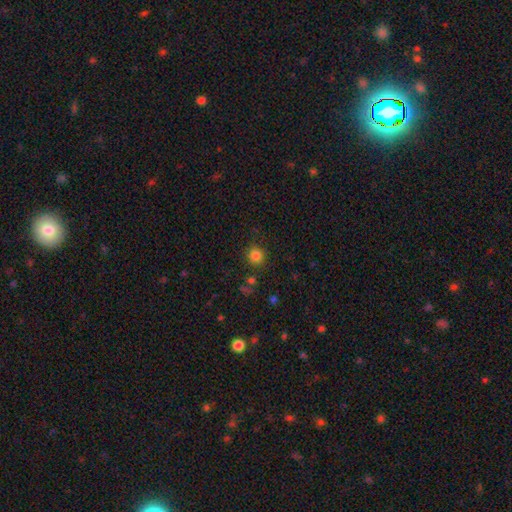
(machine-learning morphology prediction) A smooth galaxy with no disk features (83%) that is round (88%). Merging: none (85%).